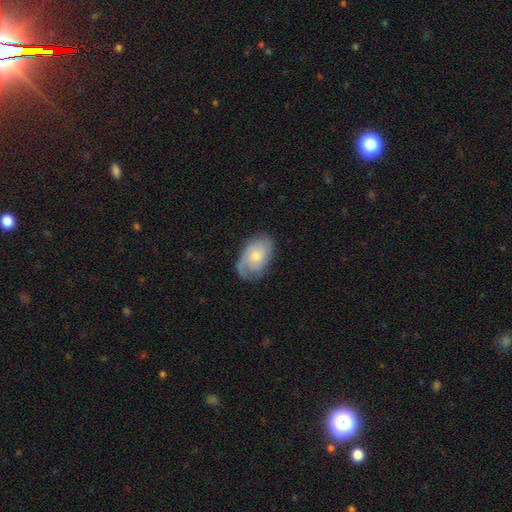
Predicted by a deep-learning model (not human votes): smooth_or_featured: featured or disk (p=0.59) [alt: smooth p=0.35]
disk_edge_on: no (p=0.96) [alt: yes p=0.04]
bar: no (p=0.76) [alt: weak p=0.21]
has_spiral_arms: yes (p=0.87) [alt: no p=0.13]
bulge_size: moderate (p=0.48) [alt: small p=0.42]
merging: none (p=0.67) [alt: minor disturbance p=0.23]